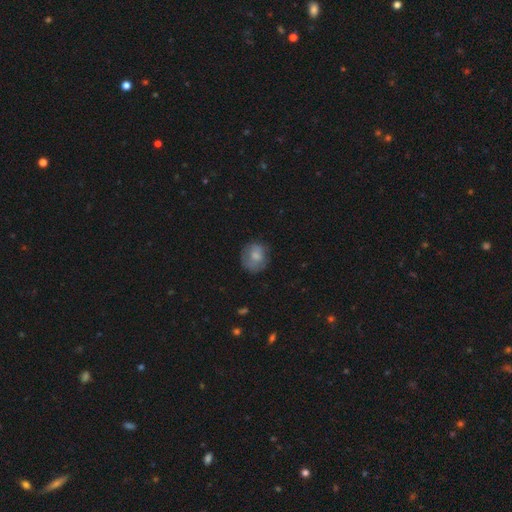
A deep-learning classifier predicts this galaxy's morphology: Smooth or featured?
  - smooth: 71% *
  - featured or disk: 20%
  - star or artifact: 8%
How rounded?
  - round: 73% *
  - in between: 26%
  - cigar-shaped: 1%
Merging?
  - none: 69% *
  - minor disturbance: 22%
  - major disturbance: 8%
  - merger: 1%